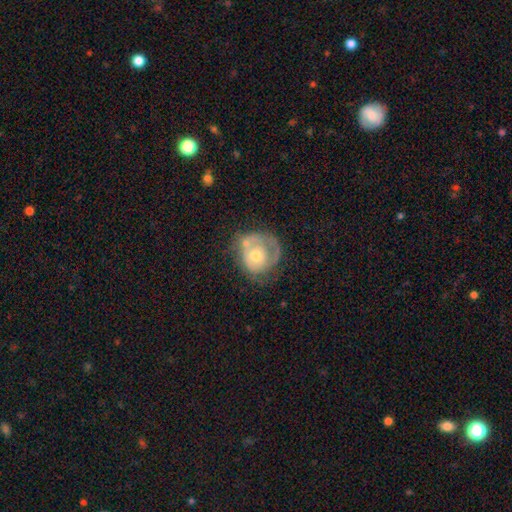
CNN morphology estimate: featured or disk 61%, smooth 33%, star or artifact 7%. Down the decision tree: edge-on disk — no (97%); bar — no (85%); spiral arms — yes (57%); bulge size — moderate (61%); merging — none (40%).